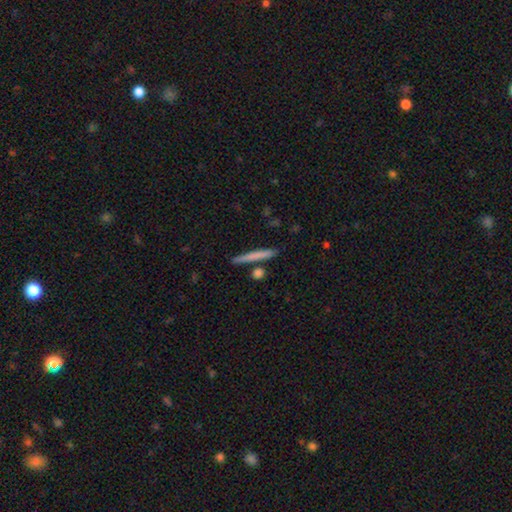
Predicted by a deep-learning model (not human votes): A smooth galaxy with no disk features (70%) that is cigar-shaped (95%).

Vote fractions:
- Smooth or featured? smooth: 70% / featured or disk: 25% / star or artifact: 6%
- How rounded? cigar-shaped: 95% / in between: 3% / round: 2%
- Merging? none: 84% / minor disturbance: 8% / merger: 6% / major disturbance: 2%